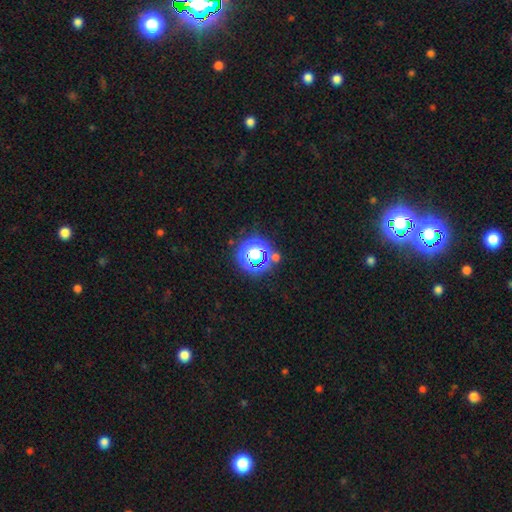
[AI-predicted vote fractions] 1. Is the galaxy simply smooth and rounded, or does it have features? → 56% star or artifact, 33% smooth, 12% featured or disk.